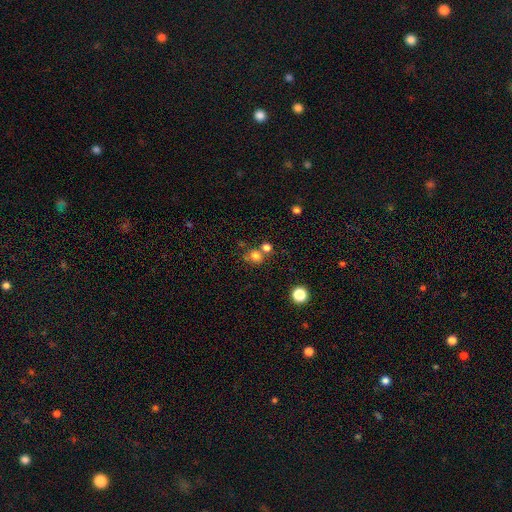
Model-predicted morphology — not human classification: Smooth or featured: smooth — 75% (star or artifact — 16%)
How rounded: round — 82% (in between — 17%)
Merging: none — 60% (merger — 26%)